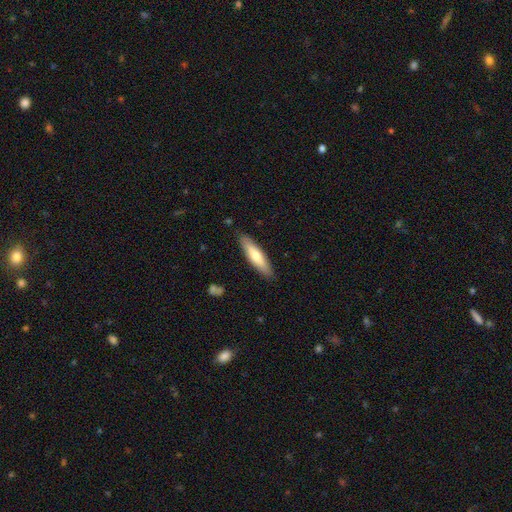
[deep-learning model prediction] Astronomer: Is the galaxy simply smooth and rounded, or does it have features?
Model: smooth — 66%.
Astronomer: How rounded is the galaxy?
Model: cigar-shaped — 71%.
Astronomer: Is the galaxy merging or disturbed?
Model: none — 87%.